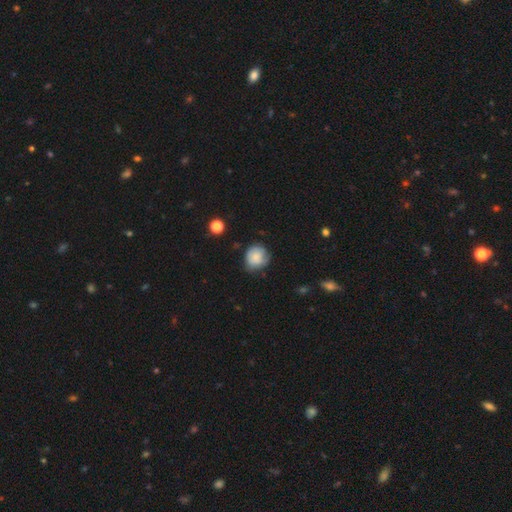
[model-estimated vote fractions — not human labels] A smooth galaxy with no disk features (69%) that is round (81%).

Vote fractions:
- Smooth or featured? smooth: 69% / featured or disk: 22% / star or artifact: 8%
- How rounded? round: 81% / in between: 18% / cigar-shaped: 1%
- Merging? none: 61% / minor disturbance: 29% / major disturbance: 8% / merger: 2%